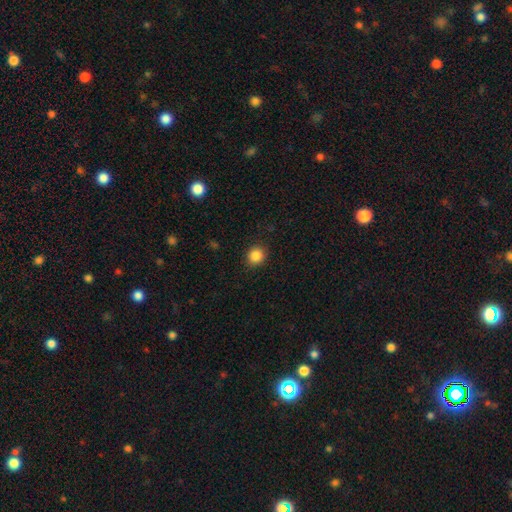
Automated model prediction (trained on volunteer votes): A smooth galaxy with no disk features (87%) that is round (83%).

Vote fractions:
- Smooth or featured? smooth: 87% / star or artifact: 10% / featured or disk: 3%
- How rounded? round: 83% / in between: 16% / cigar-shaped: 1%
- Merging? none: 89% / minor disturbance: 8% / major disturbance: 2% / merger: 1%